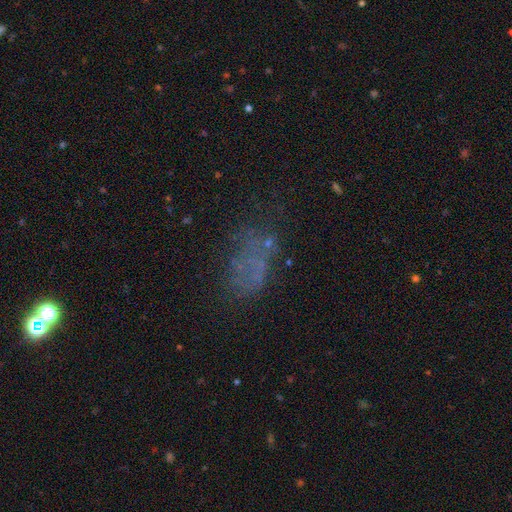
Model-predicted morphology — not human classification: smooth_or_featured: smooth (p=0.38) [alt: featured or disk p=0.33]
merging: none (p=0.51) [alt: major disturbance p=0.23]